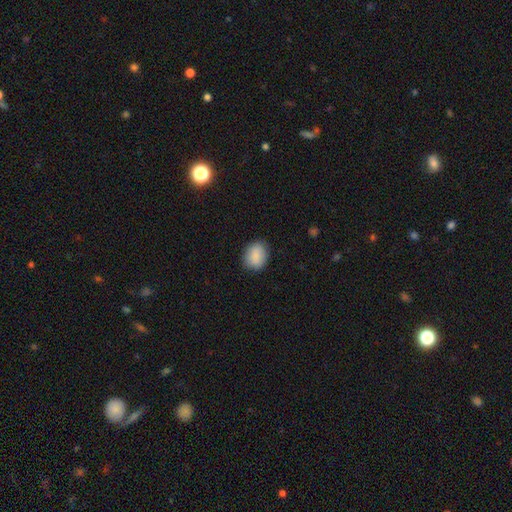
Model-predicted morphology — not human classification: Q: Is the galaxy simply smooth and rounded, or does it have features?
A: smooth — 88%.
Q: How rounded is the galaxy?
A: in between — 53%.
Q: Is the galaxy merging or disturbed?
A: none — 84%.